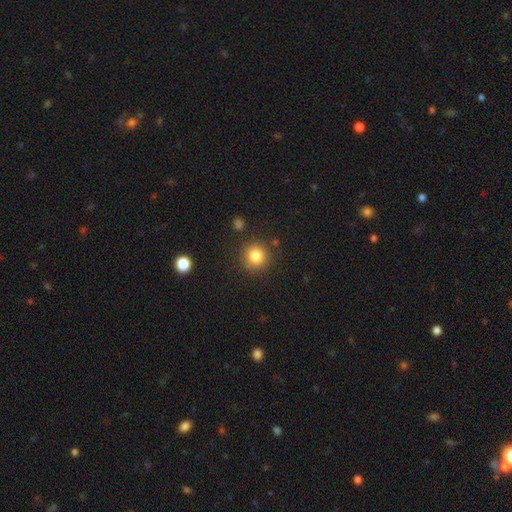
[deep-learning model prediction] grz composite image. It shows a smooth galaxy with no disk features (83%) that is round (91%). Merging: none (86%).